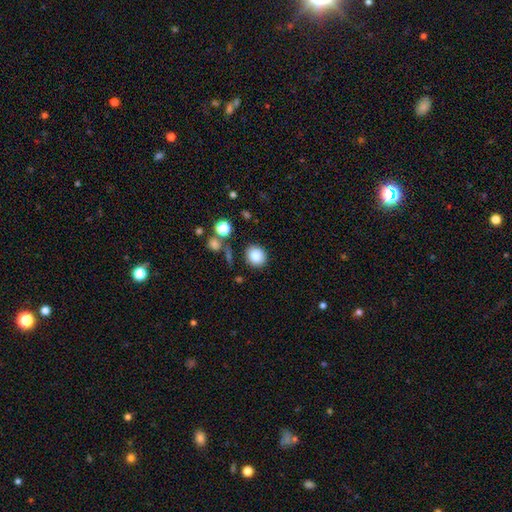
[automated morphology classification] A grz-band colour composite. It shows a smooth galaxy with no disk features (85%) that is round (77%). Merging: none (81%).